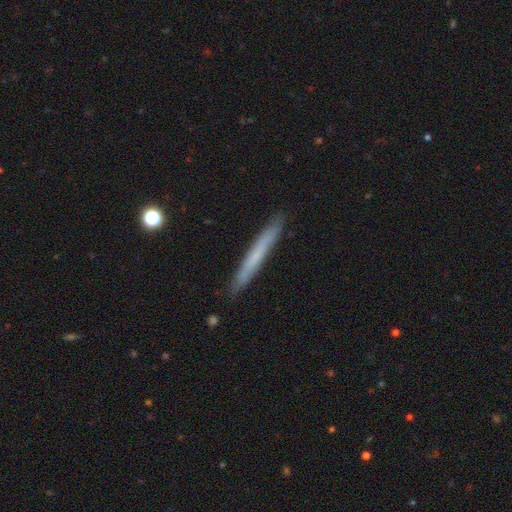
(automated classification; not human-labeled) smooth-or-featured: smooth: 60% | featured or disk: 34% | star or artifact: 6%
  how-rounded: cigar-shaped: 97% | in between: 2% | round: 1%
  merging: none: 90% | minor disturbance: 7% | major disturbance: 1% | merger: 1%